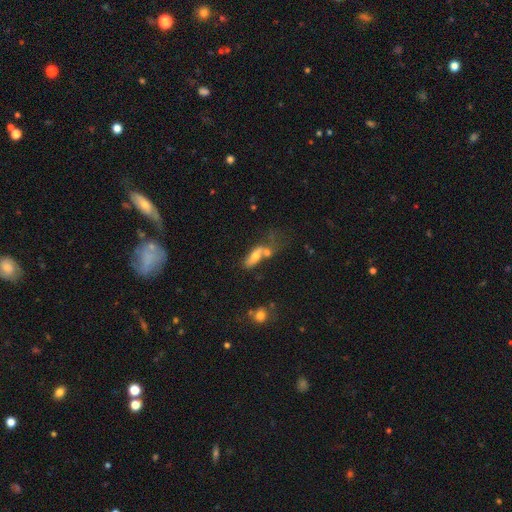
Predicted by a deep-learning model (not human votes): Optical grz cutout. It shows a smooth galaxy with no disk features (62%) that is in between round and cigar-shaped (66%). Merging: merger (43%).